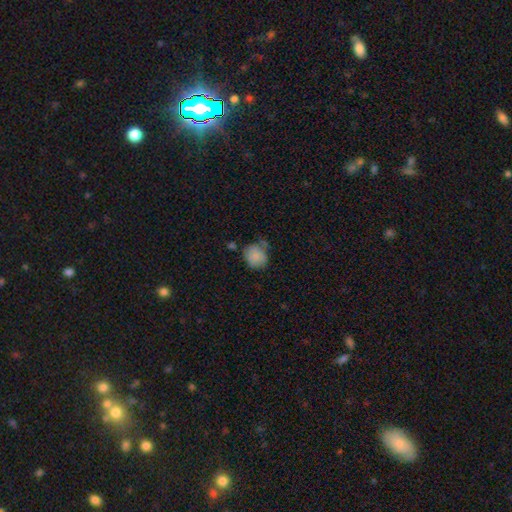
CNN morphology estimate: A smooth galaxy with no disk features (85%) that is round (74%).

Vote fractions:
- Smooth or featured? smooth: 85% / star or artifact: 8% / featured or disk: 7%
- How rounded? round: 74% / in between: 25% / cigar-shaped: 1%
- Merging? none: 58% / minor disturbance: 25% / merger: 10% / major disturbance: 8%